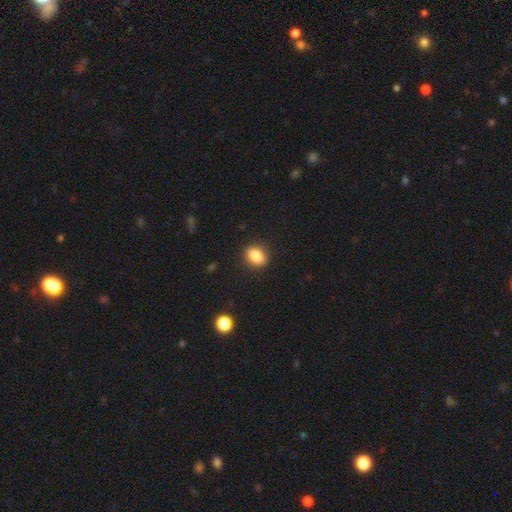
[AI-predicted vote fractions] Smooth or featured? smooth (83%)
How rounded? in between (63%)
Merging? none (89%)